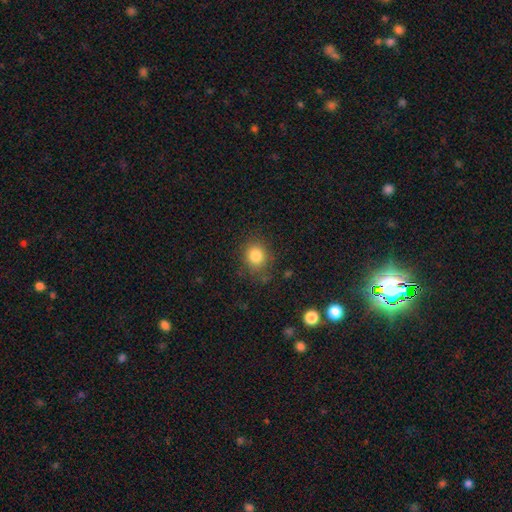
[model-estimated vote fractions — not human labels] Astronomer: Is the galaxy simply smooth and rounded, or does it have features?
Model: smooth — 83%.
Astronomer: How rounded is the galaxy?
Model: round — 76%.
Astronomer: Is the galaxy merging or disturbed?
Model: none — 79%.